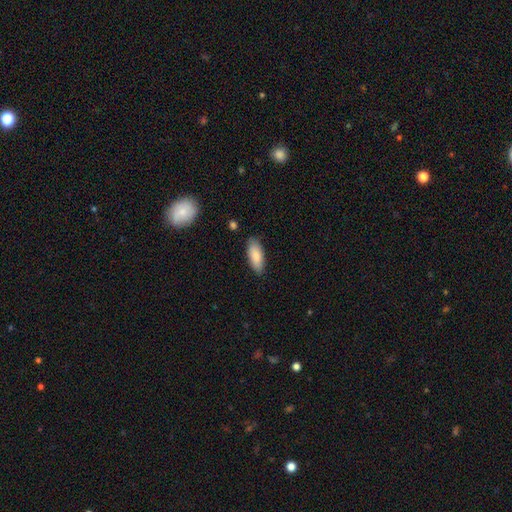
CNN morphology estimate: smooth 85%, featured or disk 9%, star or artifact 6%. Down the decision tree: how rounded — in between (80%); merging — none (84%).